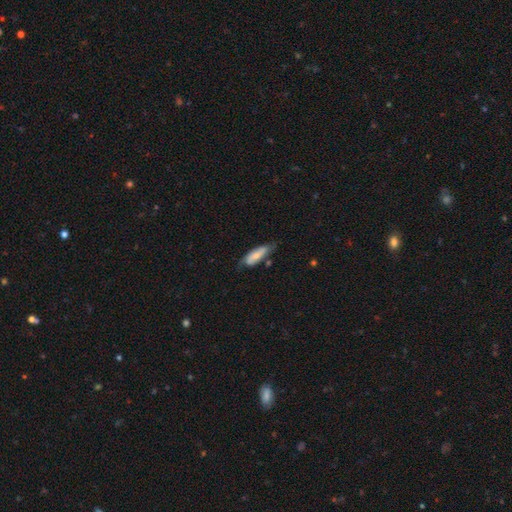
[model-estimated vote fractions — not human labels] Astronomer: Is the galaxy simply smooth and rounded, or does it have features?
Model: smooth — 58% (runner-up: featured or disk, 35%).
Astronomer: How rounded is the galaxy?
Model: in between — 58% (runner-up: cigar-shaped, 40%).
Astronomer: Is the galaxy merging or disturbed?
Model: none — 58%.